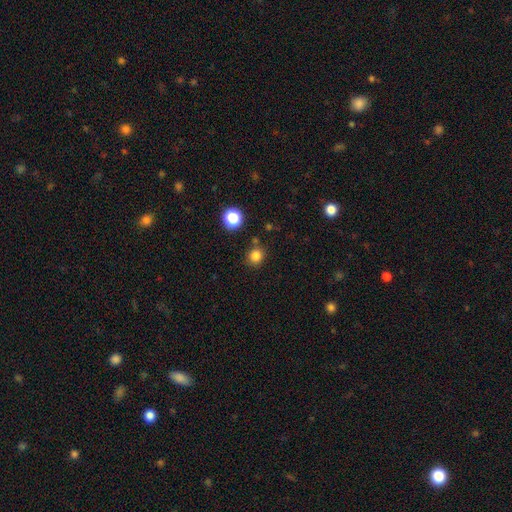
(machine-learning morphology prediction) The model was most divided on "smooth or featured": smooth: 82%, star or artifact: 14%, featured or disk: 4%. More confident: how rounded — round (86%); merging — none (81%).